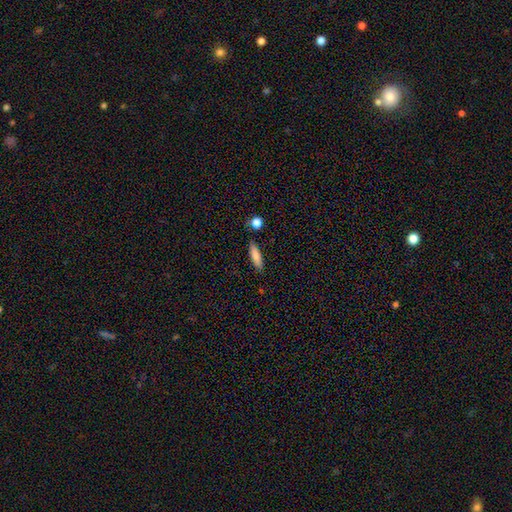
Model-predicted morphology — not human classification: smooth 80%, featured or disk 12%, star or artifact 7%. Down the decision tree: how rounded — cigar-shaped (68%); merging — none (83%).